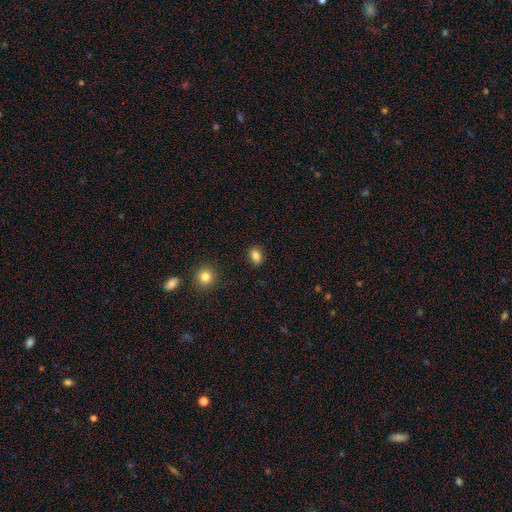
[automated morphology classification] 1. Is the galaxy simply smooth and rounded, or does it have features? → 84% smooth, 10% star or artifact, 6% featured or disk.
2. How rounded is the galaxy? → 64% in between, 34% round, 1% cigar-shaped.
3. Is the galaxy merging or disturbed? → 89% none, 8% minor disturbance, 2% major disturbance, 2% merger.